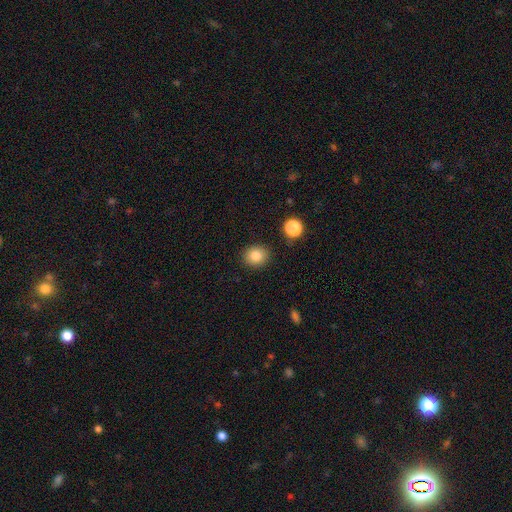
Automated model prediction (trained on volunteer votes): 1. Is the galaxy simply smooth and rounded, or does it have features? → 83% smooth, 10% star or artifact, 6% featured or disk.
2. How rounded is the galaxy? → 74% round, 25% in between, 1% cigar-shaped.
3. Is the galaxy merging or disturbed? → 88% none, 8% minor disturbance, 2% major disturbance, 2% merger.